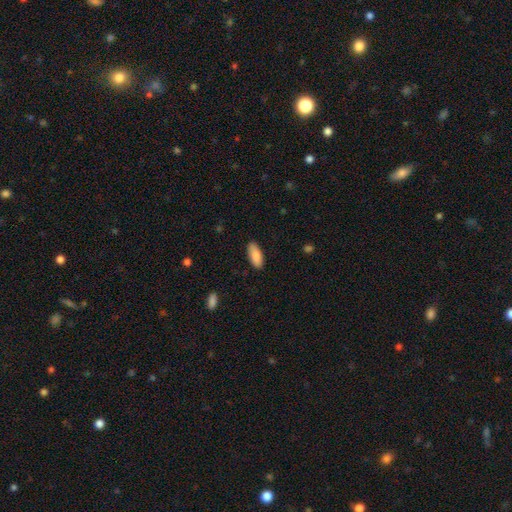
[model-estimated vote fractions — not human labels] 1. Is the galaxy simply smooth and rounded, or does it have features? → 88% smooth, 6% featured or disk, 6% star or artifact.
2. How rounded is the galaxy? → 82% in between, 16% cigar-shaped, 2% round.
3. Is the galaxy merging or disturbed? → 87% none, 10% minor disturbance, 2% major disturbance, 1% merger.